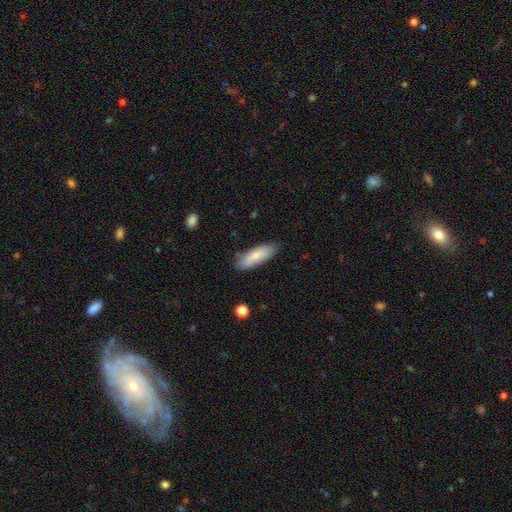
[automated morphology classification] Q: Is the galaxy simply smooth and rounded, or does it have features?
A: smooth — 81%.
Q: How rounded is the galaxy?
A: in between — 56%.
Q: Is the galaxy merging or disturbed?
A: none — 80%.